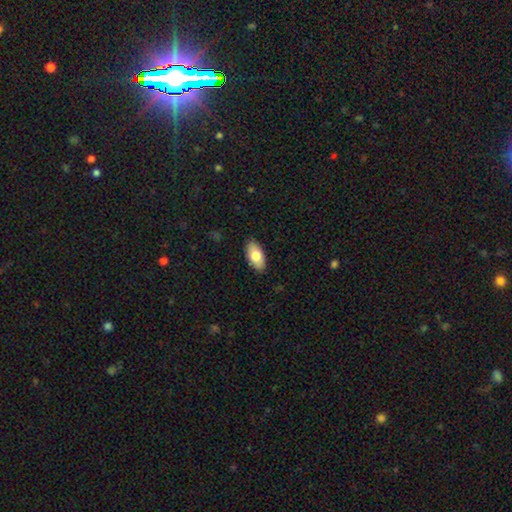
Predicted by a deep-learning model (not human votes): Smooth or featured? Predicted: smooth (p=0.78). How rounded? Predicted: in between (p=0.93). Merging? Predicted: none (p=0.89).